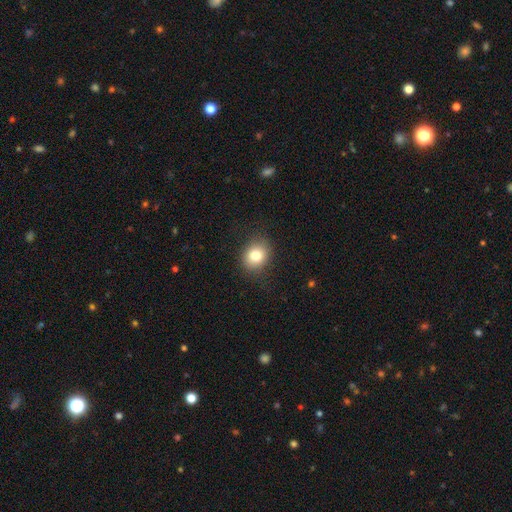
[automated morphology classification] This appears to be a smooth galaxy with no disk features (80%) that is round (64%). Merging: none (84%).